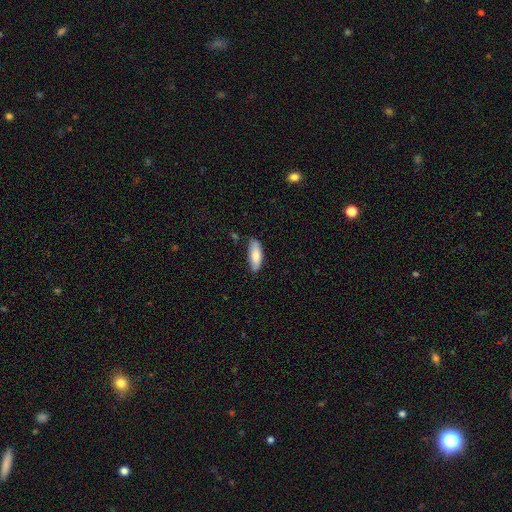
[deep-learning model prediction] This is clearly a smooth galaxy (81%). How rounded: likely in between (68%). Merging: likely none (78%).